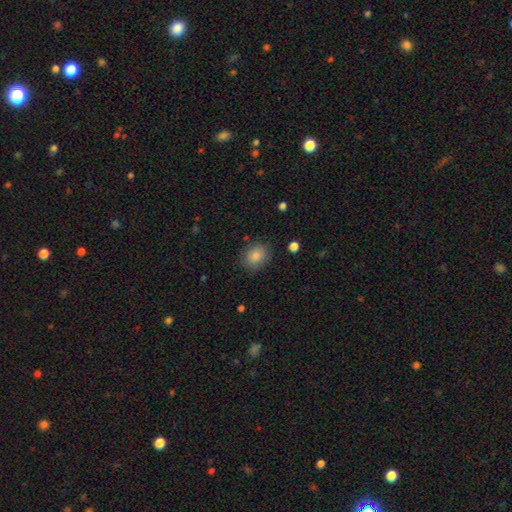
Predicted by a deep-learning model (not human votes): This is clearly a smooth galaxy (86%). How rounded: likely round (64%). Merging: clearly none (82%).